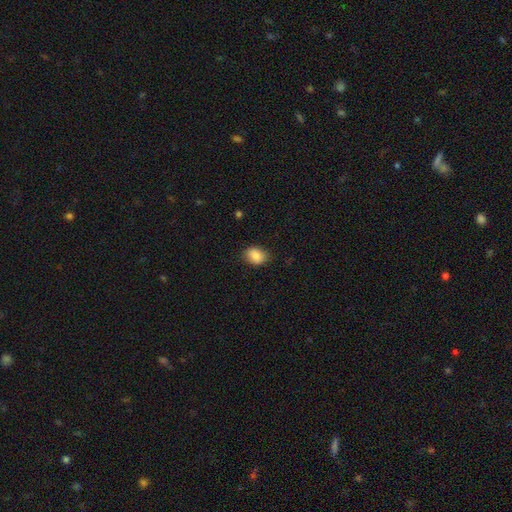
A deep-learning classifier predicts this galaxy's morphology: Smooth or featured? Predicted: smooth (p=0.86). How rounded? Predicted: in between (p=0.65). Merging? Predicted: none (p=0.82).